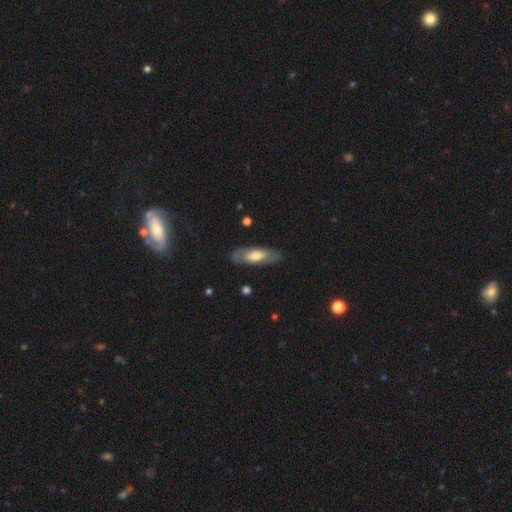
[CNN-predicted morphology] A smooth galaxy with no disk features (48%). Merging: none (81%).